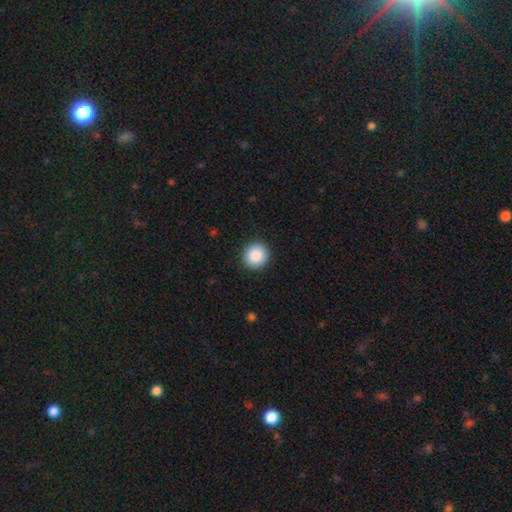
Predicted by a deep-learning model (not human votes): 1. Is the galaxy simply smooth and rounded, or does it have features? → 87% smooth, 8% star or artifact, 5% featured or disk.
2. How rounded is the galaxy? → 91% round, 8% in between, 1% cigar-shaped.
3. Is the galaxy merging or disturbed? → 92% none, 6% minor disturbance, 2% major disturbance, 1% merger.